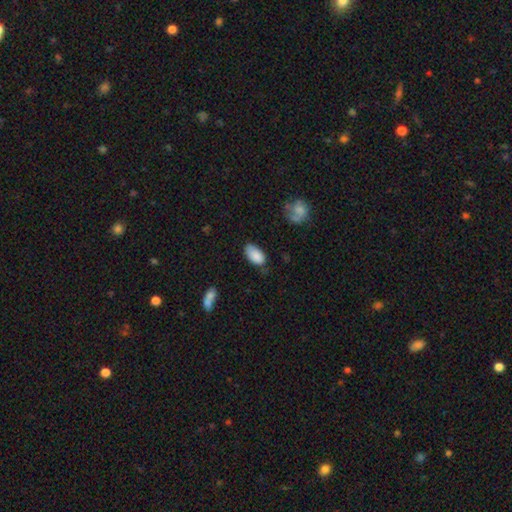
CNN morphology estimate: A smooth galaxy with no disk features (86%) that is in between round and cigar-shaped (94%). Merging: none (60%).